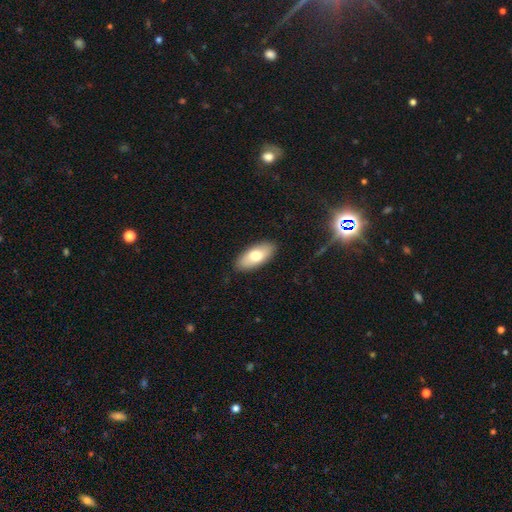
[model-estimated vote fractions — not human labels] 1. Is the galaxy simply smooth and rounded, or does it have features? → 74% smooth, 20% featured or disk, 6% star or artifact.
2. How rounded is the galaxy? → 88% in between, 10% cigar-shaped, 2% round.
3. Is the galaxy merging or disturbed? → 88% none, 9% minor disturbance, 2% major disturbance, 1% merger.